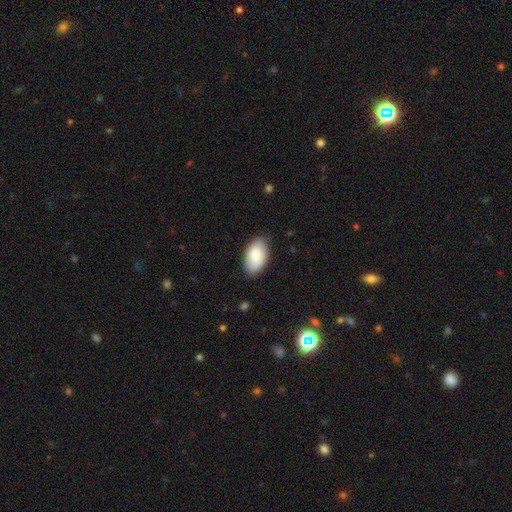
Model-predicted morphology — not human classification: smooth-or-featured: smooth: 86% | featured or disk: 9% | star or artifact: 6%
  how-rounded: in between: 95% | round: 3% | cigar-shaped: 1%
  merging: none: 83% | minor disturbance: 13% | major disturbance: 2% | merger: 1%